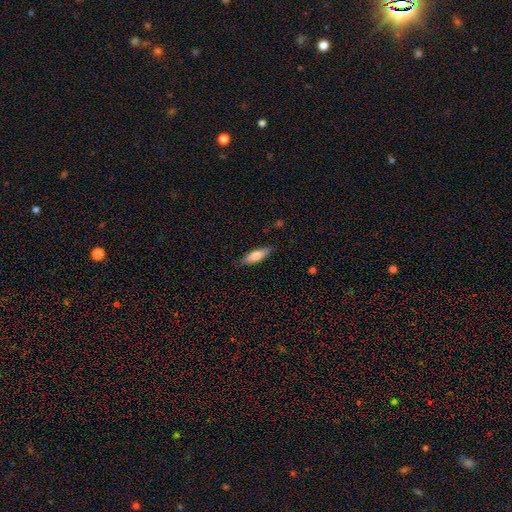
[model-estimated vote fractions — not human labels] Smooth or featured? smooth (75%)
How rounded? cigar-shaped (55%)
Merging? none (84%)